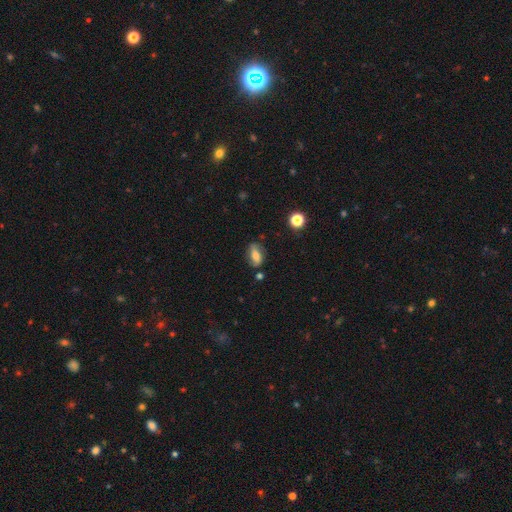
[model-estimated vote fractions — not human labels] Q: Smooth or featured?
A: smooth (58%); runner-up: featured or disk (32%)
Q: How rounded?
A: in between (82%); runner-up: round (9%)
Q: Merging?
A: none (72%); runner-up: minor disturbance (19%)